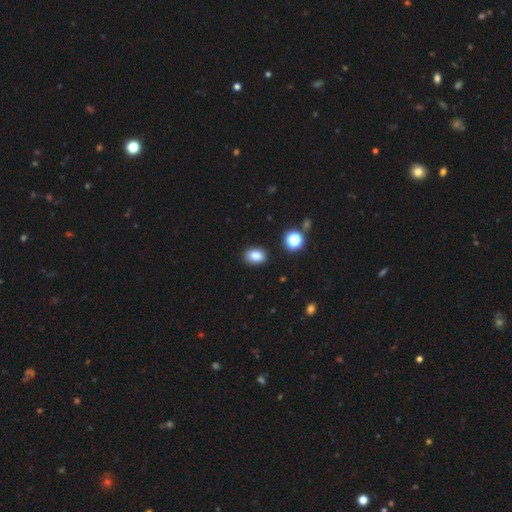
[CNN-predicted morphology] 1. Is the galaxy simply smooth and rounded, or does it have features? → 83% smooth, 12% star or artifact, 6% featured or disk.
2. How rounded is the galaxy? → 74% in between, 24% round, 1% cigar-shaped.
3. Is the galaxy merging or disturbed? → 87% none, 9% minor disturbance, 2% major disturbance, 2% merger.